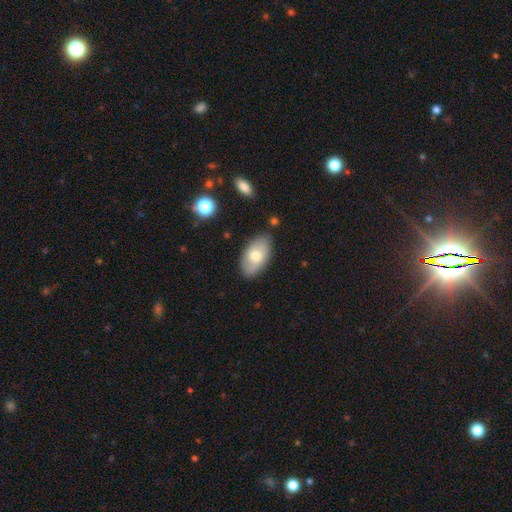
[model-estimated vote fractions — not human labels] A smooth galaxy with no disk features (67%) that is in between round and cigar-shaped (94%). Merging: none (80%).